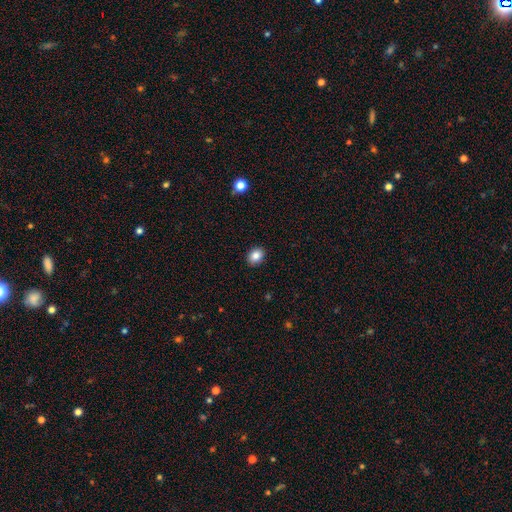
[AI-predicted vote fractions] smooth-or-featured: smooth: 85% | star or artifact: 9% | featured or disk: 6%
  how-rounded: in between: 56% | round: 43% | cigar-shaped: 1%
  merging: none: 90% | minor disturbance: 8% | major disturbance: 2% | merger: 1%